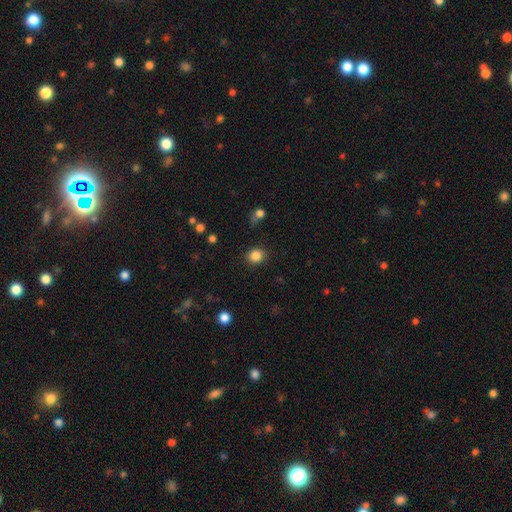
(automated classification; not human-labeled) smooth_or_featured: smooth (p=0.85) [alt: star or artifact p=0.11]
how_rounded: round (p=0.78) [alt: in between p=0.21]
merging: none (p=0.86) [alt: minor disturbance p=0.09]